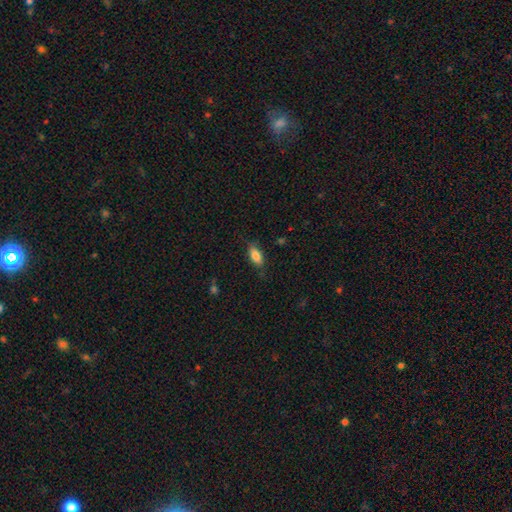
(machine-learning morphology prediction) Overall: smooth (83%). How rounded: in between (86%). Merging: none (78%).